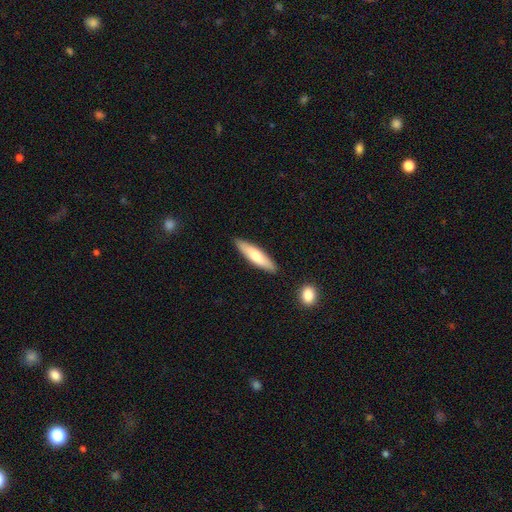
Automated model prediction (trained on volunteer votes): A smooth galaxy with no disk features (68%) that is cigar-shaped (77%).

Vote fractions:
- Smooth or featured? smooth: 68% / featured or disk: 27% / star or artifact: 5%
- How rounded? cigar-shaped: 77% / in between: 21% / round: 1%
- Merging? none: 86% / minor disturbance: 10% / merger: 2% / major disturbance: 2%